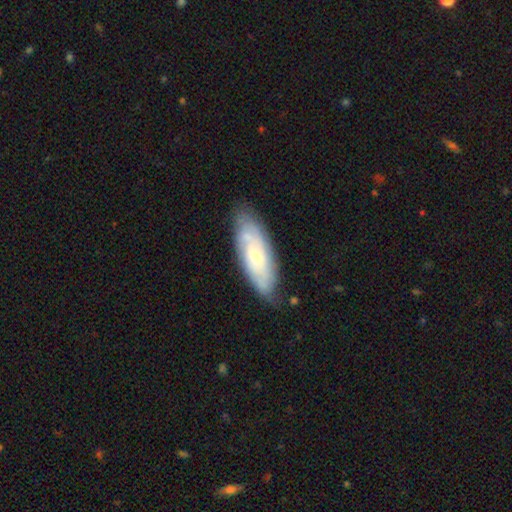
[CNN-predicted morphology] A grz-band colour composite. It shows a featured or disk galaxy (56%). Merging: none (76%).